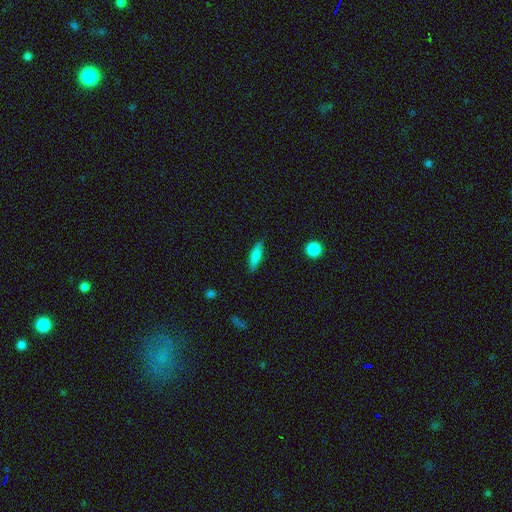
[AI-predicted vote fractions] This is likely a smooth galaxy (79%). How rounded: possibly cigar-shaped (59%). Merging: clearly none (85%).